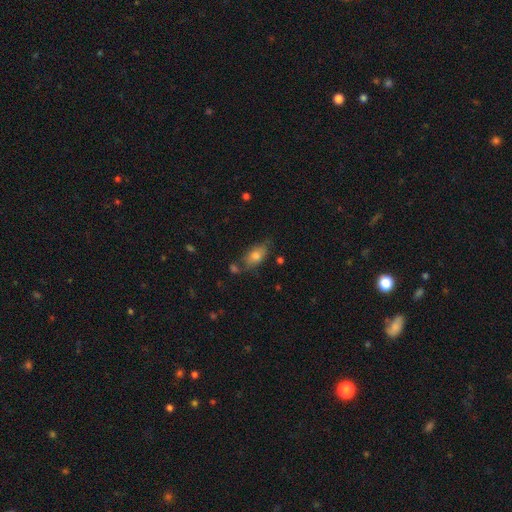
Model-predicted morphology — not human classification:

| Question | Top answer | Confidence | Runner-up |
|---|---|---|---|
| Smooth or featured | smooth | 74% | featured or disk (17%) |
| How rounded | in between | 87% | cigar-shaped (7%) |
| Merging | none | 67% | minor disturbance (20%) |